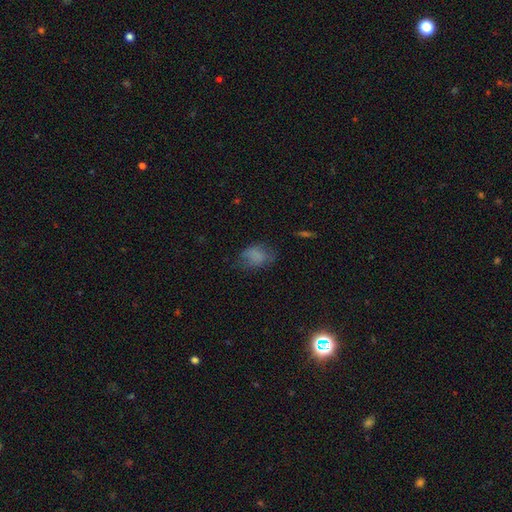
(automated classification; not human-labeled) This is likely a smooth galaxy (74%). How rounded: likely in between (78%). Merging: possibly none (53%).